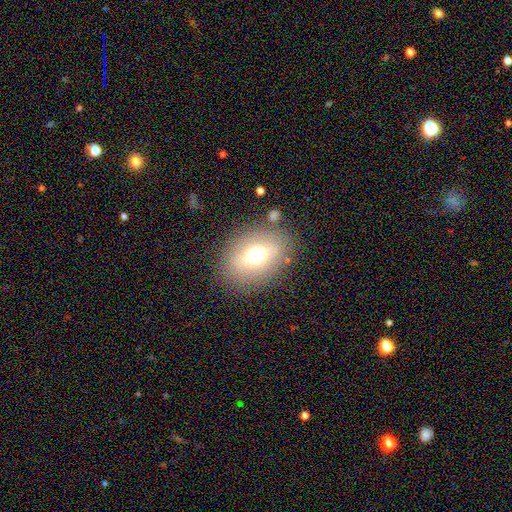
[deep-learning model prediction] Smooth or featured?
  - smooth: 61% *
  - featured or disk: 24%
  - star or artifact: 16%
How rounded?
  - in between: 58% *
  - round: 40%
  - cigar-shaped: 1%
Merging?
  - none: 79% *
  - minor disturbance: 11%
  - major disturbance: 6%
  - merger: 4%